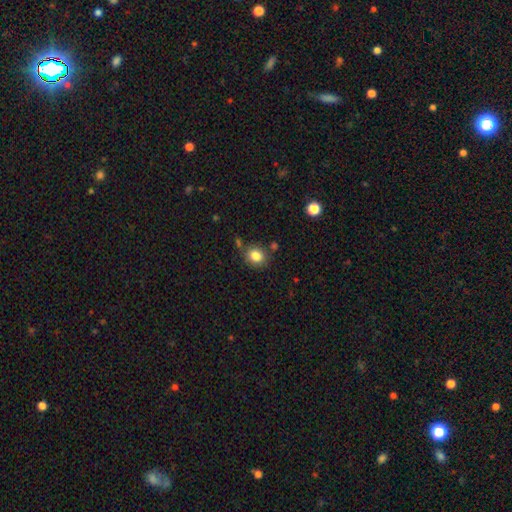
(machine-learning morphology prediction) Smooth or featured? smooth (84%)
How rounded? round (64%)
Merging? none (76%)